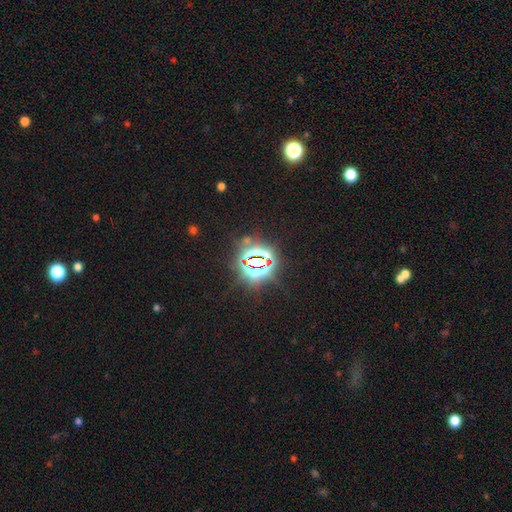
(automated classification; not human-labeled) A star or artifact, not a galaxy (82%).